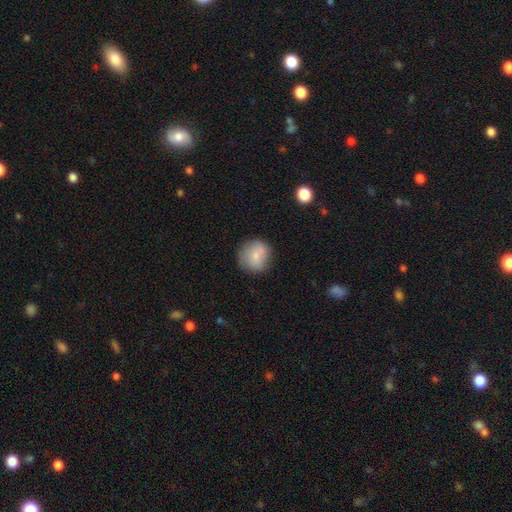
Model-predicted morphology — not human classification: Smooth or featured: smooth — 75% (featured or disk — 17%)
How rounded: round — 89% (in between — 10%)
Merging: none — 73% (minor disturbance — 17%)